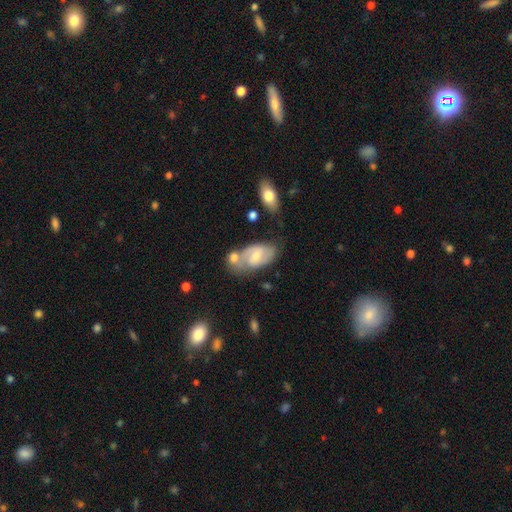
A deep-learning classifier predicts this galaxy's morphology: smooth-or-featured: featured or disk: 56% | smooth: 38% | star or artifact: 6%
  disk-edge-on: no: 94% | yes: 6%
    bar: weak: 48% | no: 38% | strong: 14%
    has-spiral-arms: yes: 74% | no: 26%
    bulge-size: moderate: 49% | small: 46% | large: 2% | none: 2% | dominant: 1%
  merging: none: 44% | merger: 30% | minor disturbance: 18% | major disturbance: 7%